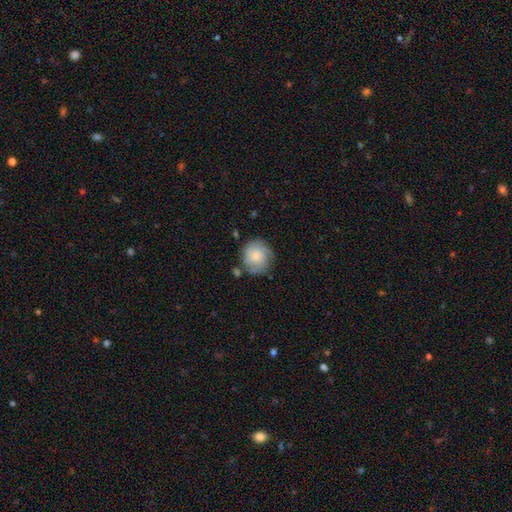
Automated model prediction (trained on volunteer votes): smooth 49%, featured or disk 43%, star or artifact 7%. Down the decision tree: merging — none (68%).